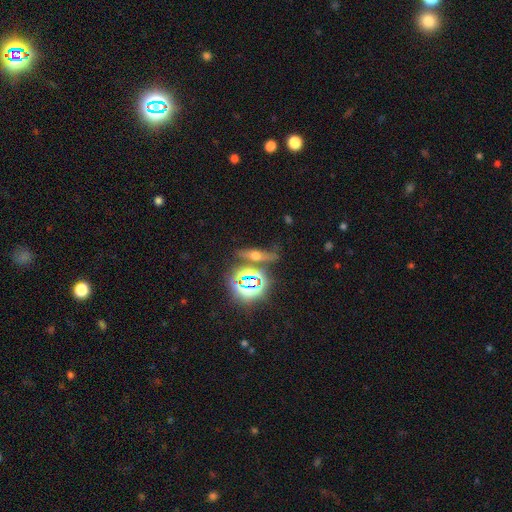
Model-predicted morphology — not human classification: smooth-or-featured: star or artifact: 38% | smooth: 31% | featured or disk: 31%